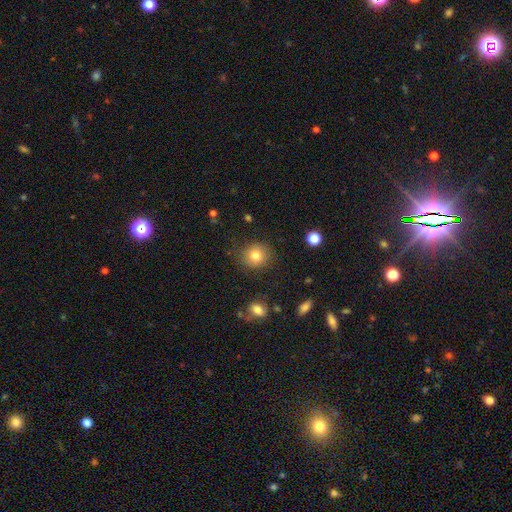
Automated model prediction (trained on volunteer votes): Overall: smooth (80%). How rounded: round (86%). Merging: none (86%).